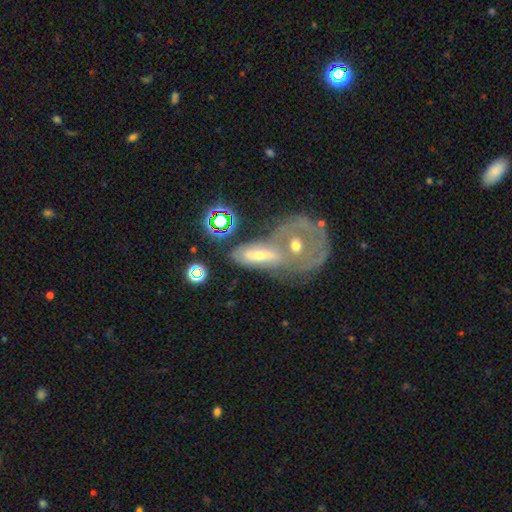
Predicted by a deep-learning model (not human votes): Smooth or featured? Predicted: featured or disk (p=0.61). Edge-on disk? Predicted: no (p=0.88). Bar? Predicted: no (p=0.71). Spiral arms? Predicted: no (p=0.55). Bulge size? Predicted: small (p=0.47). Merging? Predicted: merger (p=0.50).